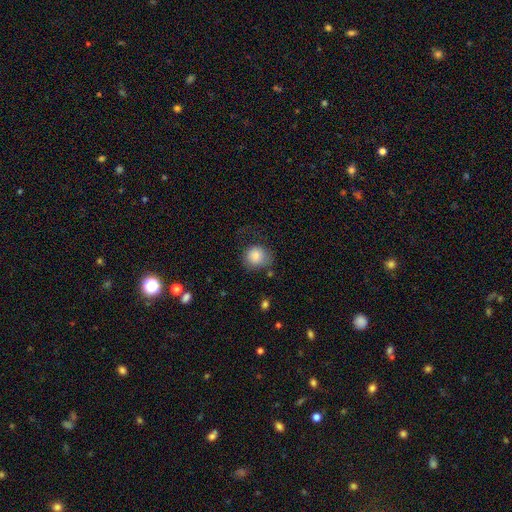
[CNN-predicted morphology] type=smooth (82%); roundness=round (75%); merging=none (54%).